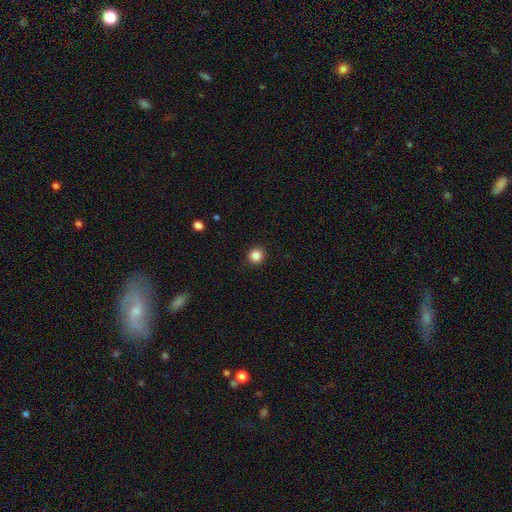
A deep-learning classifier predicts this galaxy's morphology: This is clearly a smooth galaxy (84%). How rounded: clearly round (91%). Merging: clearly none (91%).